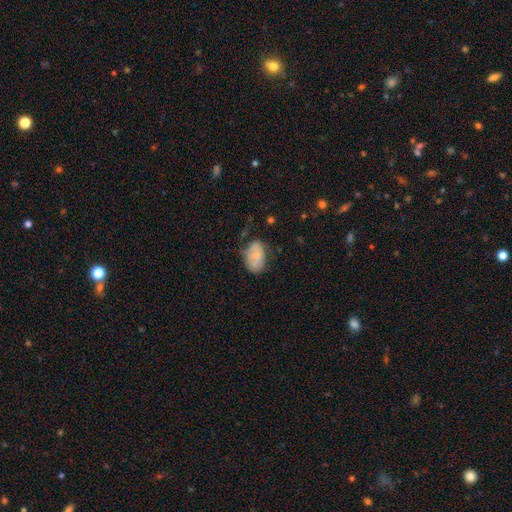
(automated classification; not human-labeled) A smooth galaxy with no disk features (70%) that is in between round and cigar-shaped (89%).

Vote fractions:
- Smooth or featured? smooth: 70% / featured or disk: 23% / star or artifact: 7%
- How rounded? in between: 89% / round: 10% / cigar-shaped: 1%
- Merging? none: 64% / minor disturbance: 26% / major disturbance: 7% / merger: 2%